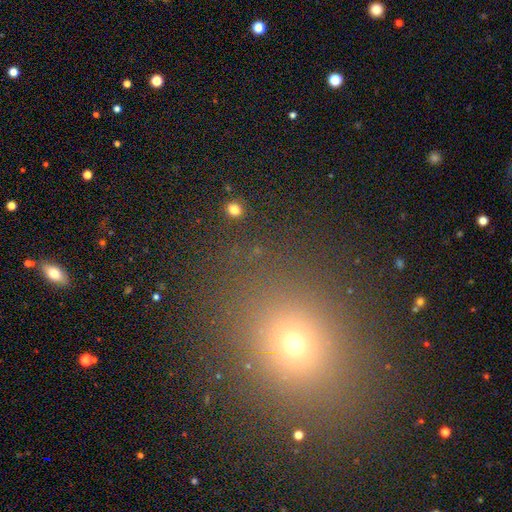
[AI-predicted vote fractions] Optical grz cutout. It shows a smooth galaxy with no disk features (56%) that is round (66%). Merging: none (87%).